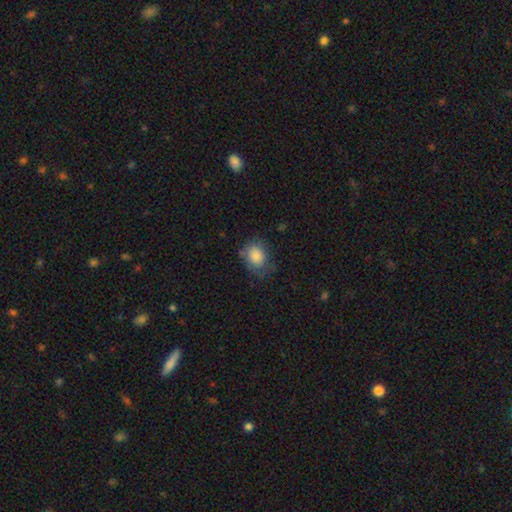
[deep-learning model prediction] This is clearly a smooth galaxy (84%). How rounded: possibly in between (58%). Merging: likely none (61%).